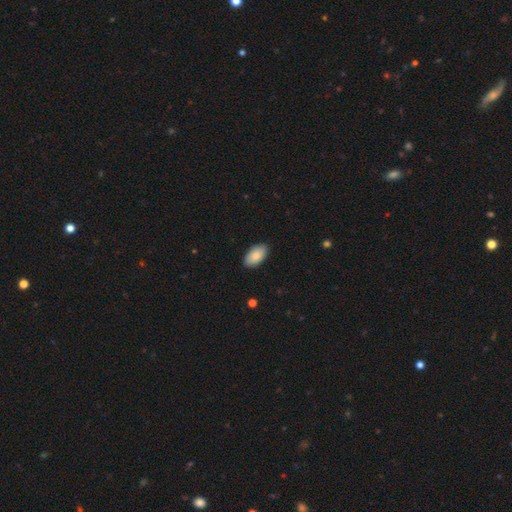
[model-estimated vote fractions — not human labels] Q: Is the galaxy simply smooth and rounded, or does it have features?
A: smooth — 87%.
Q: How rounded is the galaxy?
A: in between — 96%.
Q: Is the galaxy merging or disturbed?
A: none — 88%.